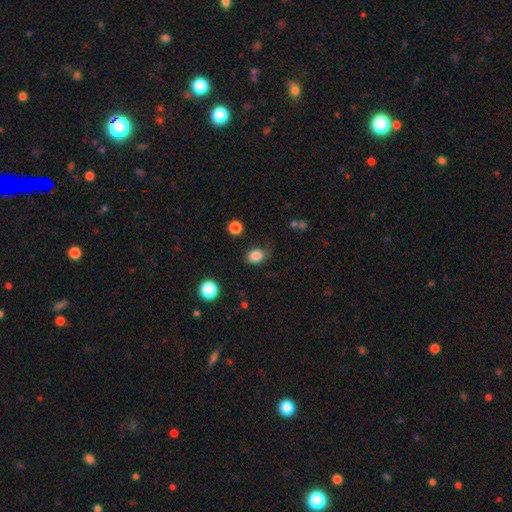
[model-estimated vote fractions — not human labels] A smooth galaxy with no disk features (85%) that is in between round and cigar-shaped (54%).

Vote fractions:
- Smooth or featured? smooth: 85% / star or artifact: 11% / featured or disk: 4%
- How rounded? in between: 54% / round: 45% / cigar-shaped: 1%
- Merging? none: 68% / minor disturbance: 23% / major disturbance: 7% / merger: 2%